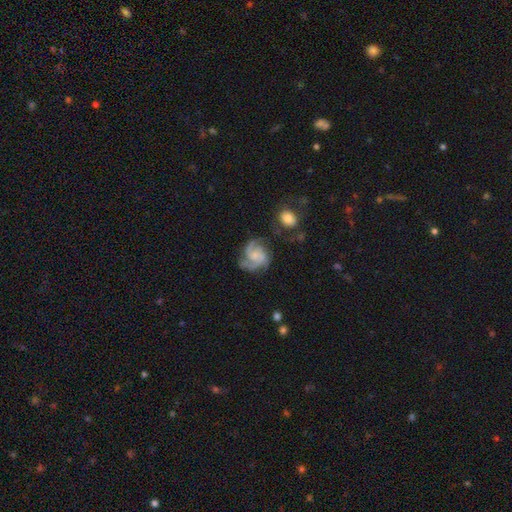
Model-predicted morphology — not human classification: This is clearly a featured or disk galaxy (83%). It is clearly not viewed edge-on (98%). Bar: likely no (64%). Spiral arm pattern: clearly yes (97%). Spiral arm count: marginally 3 (43%). Spiral winding: possibly medium (51%). Central bulge: marginally small (44%). Merging: likely none (63%).